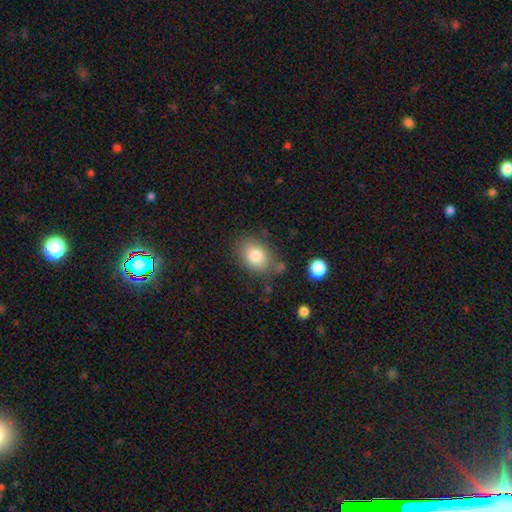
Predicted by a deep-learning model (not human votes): Smooth or featured: smooth — 81% (featured or disk — 11%)
How rounded: in between — 67% (round — 32%)
Merging: none — 73% (minor disturbance — 17%)